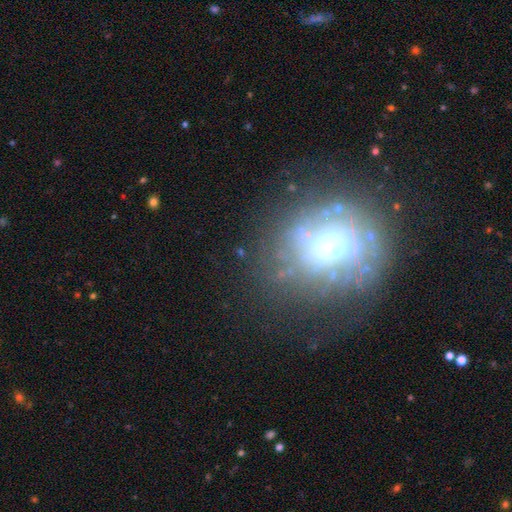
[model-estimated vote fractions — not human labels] This appears to be a featured or disk galaxy (52%). Merging: none (69%).